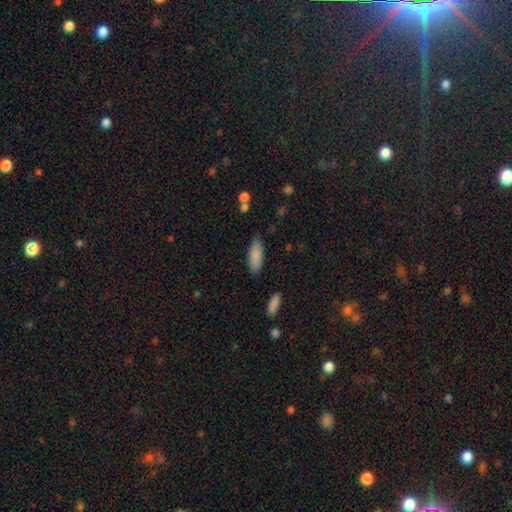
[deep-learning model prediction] This appears to be a smooth galaxy with no disk features (87%) that is in between round and cigar-shaped (67%). Merging: none (84%).